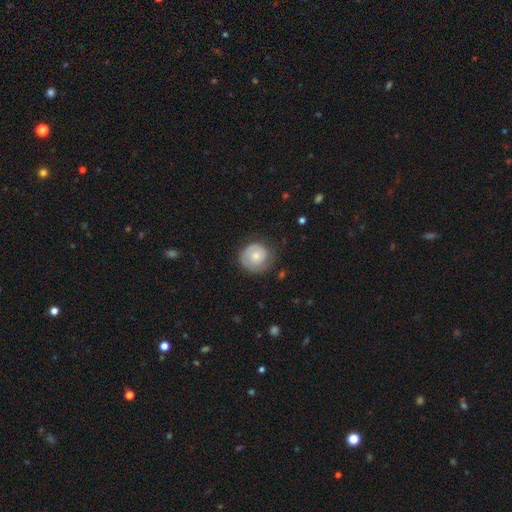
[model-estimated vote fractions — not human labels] This is possibly a smooth galaxy (56%). How rounded: clearly round (88%). Merging: likely none (70%).